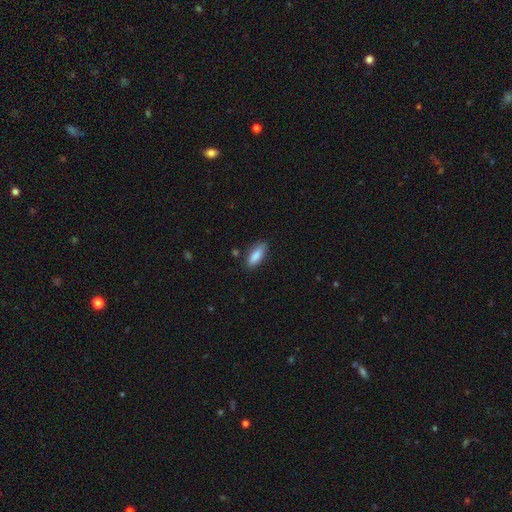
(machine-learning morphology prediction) This appears to be a smooth galaxy with no disk features (87%) that is in between round and cigar-shaped (76%). Merging: none (79%).